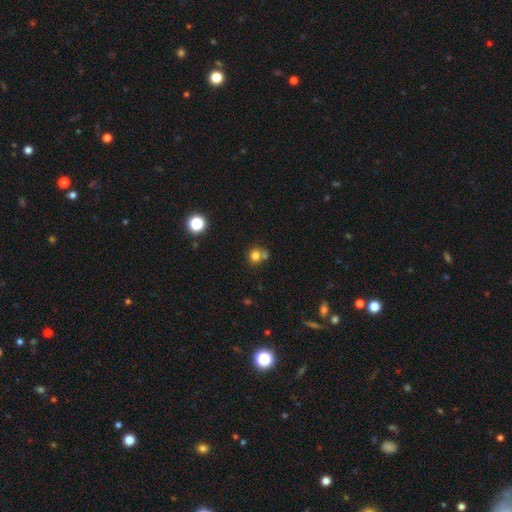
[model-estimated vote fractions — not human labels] smooth-or-featured: smooth: 78% | star or artifact: 13% | featured or disk: 9%
  how-rounded: round: 86% | in between: 13% | cigar-shaped: 1%
  merging: none: 53% | merger: 30% | minor disturbance: 12% | major disturbance: 5%